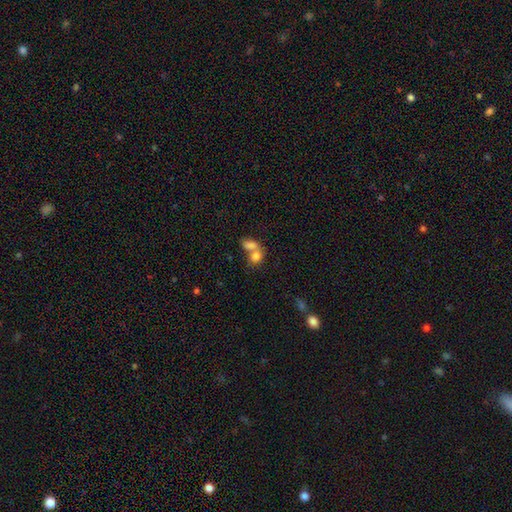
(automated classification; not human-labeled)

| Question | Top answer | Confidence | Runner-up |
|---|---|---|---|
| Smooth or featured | smooth | 78% | featured or disk (13%) |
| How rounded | in between | 67% | round (31%) |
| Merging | merger | 69% | none (21%) |